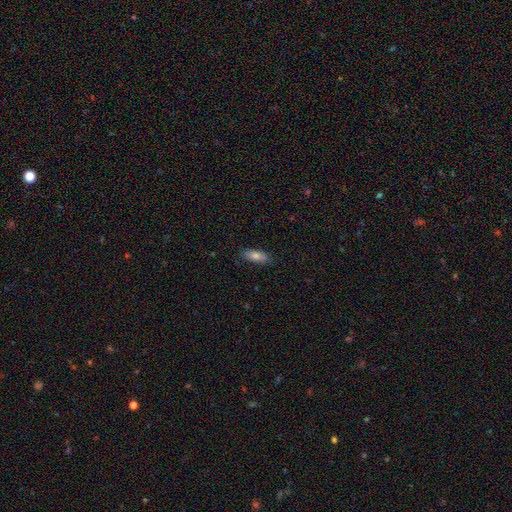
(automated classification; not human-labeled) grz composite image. It shows a smooth galaxy with no disk features (76%) that is in between round and cigar-shaped (65%). Merging: none (85%).